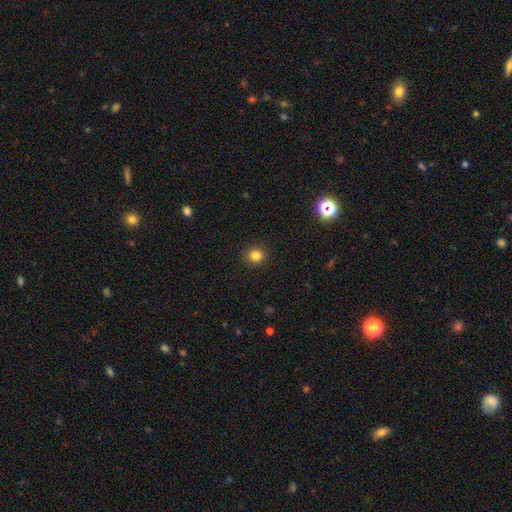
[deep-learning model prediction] Morphology: type=smooth (83%); roundness=round (92%); merging=none (92%).